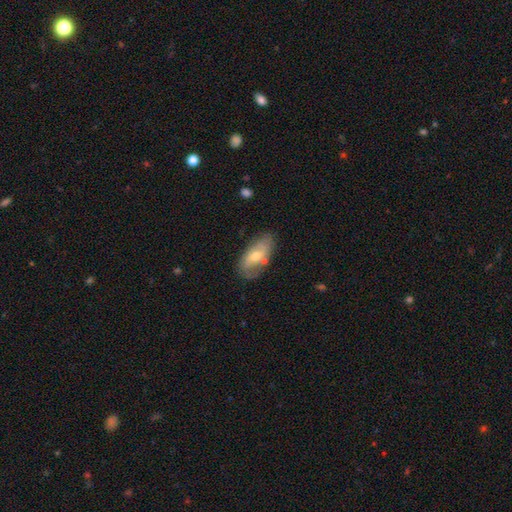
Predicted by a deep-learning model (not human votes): Smooth or featured? Predicted: featured or disk (p=0.52). Edge-on disk? Predicted: no (p=0.87). Merging? Predicted: none (p=0.66).